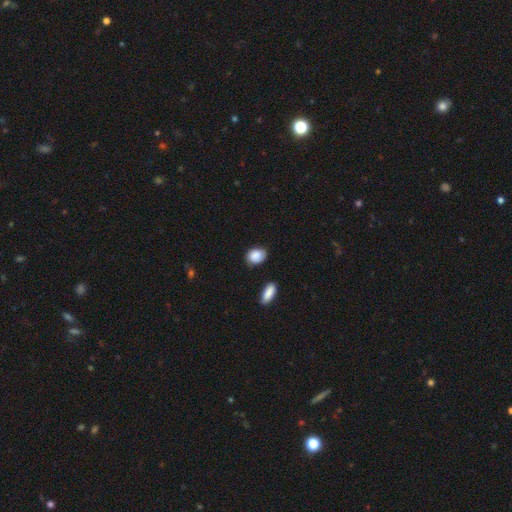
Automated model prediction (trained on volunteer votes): Smooth or featured?
  - smooth: 86% *
  - star or artifact: 7%
  - featured or disk: 7%
How rounded?
  - in between: 63% *
  - round: 36%
  - cigar-shaped: 2%
Merging?
  - none: 73% *
  - minor disturbance: 19%
  - major disturbance: 4%
  - merger: 3%